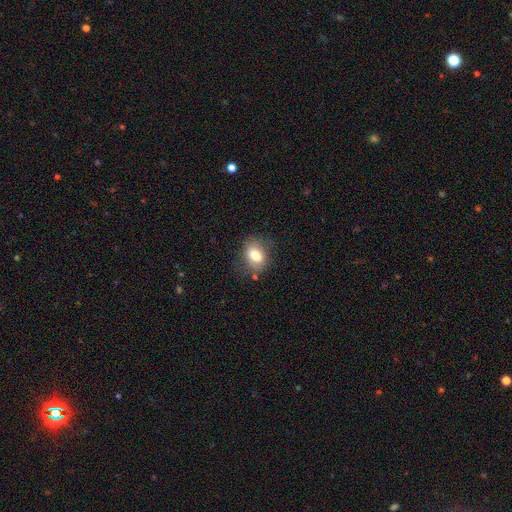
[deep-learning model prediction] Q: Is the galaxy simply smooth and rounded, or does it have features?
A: smooth — 76%.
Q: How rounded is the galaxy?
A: in between — 73%.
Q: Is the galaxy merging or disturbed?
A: none — 72%.